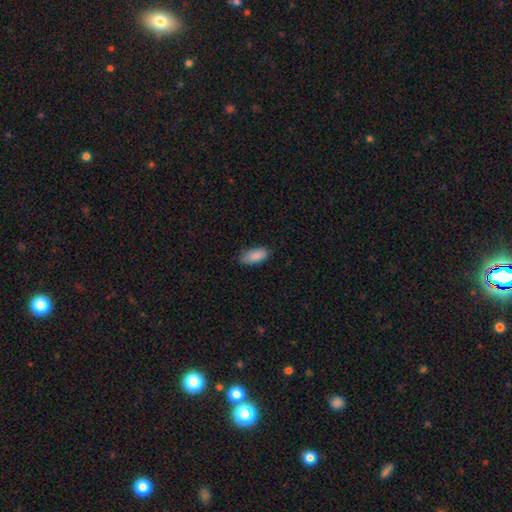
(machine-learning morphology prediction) smooth 88%, star or artifact 6%, featured or disk 5%. Down the decision tree: how rounded — in between (89%); merging — none (76%).